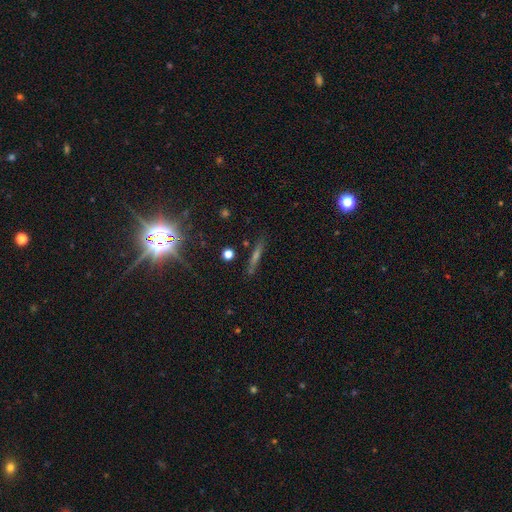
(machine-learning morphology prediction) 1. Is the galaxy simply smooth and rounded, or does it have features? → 40% featured or disk, 33% smooth, 27% star or artifact.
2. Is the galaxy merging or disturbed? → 84% none, 11% minor disturbance, 3% major disturbance, 2% merger.